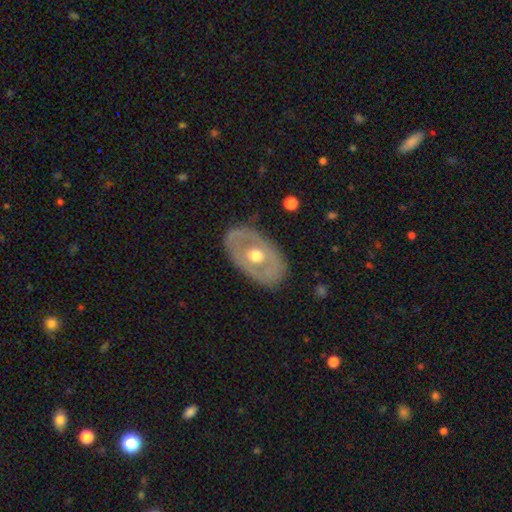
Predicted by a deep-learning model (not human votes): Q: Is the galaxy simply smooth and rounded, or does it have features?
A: featured or disk — 63%.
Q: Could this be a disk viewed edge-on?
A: no — 90%.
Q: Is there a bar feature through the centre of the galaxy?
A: no — 88%.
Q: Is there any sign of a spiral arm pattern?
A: no — 81%.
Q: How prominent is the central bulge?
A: moderate — 79%.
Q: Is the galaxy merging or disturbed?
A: none — 80%.